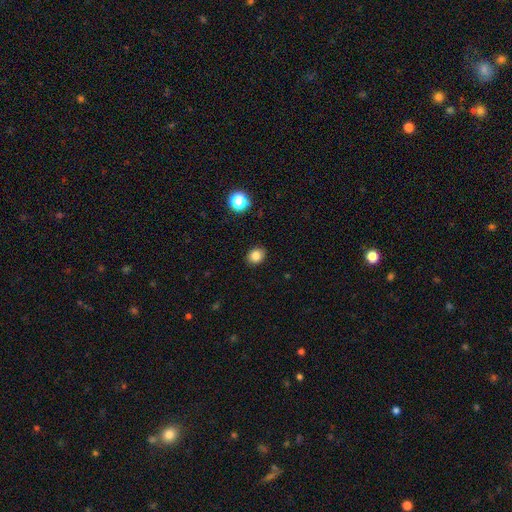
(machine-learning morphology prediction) Smooth or featured?
  - smooth: 83% *
  - star or artifact: 12%
  - featured or disk: 5%
How rounded?
  - round: 58% *
  - in between: 41%
  - cigar-shaped: 1%
Merging?
  - none: 89% *
  - minor disturbance: 8%
  - major disturbance: 2%
  - merger: 1%